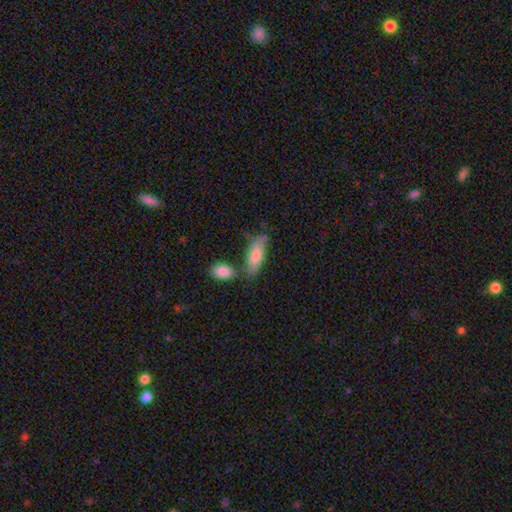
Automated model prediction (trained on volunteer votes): A smooth galaxy with no disk features (74%) that is in between round and cigar-shaped (69%). Merging: none (54%).